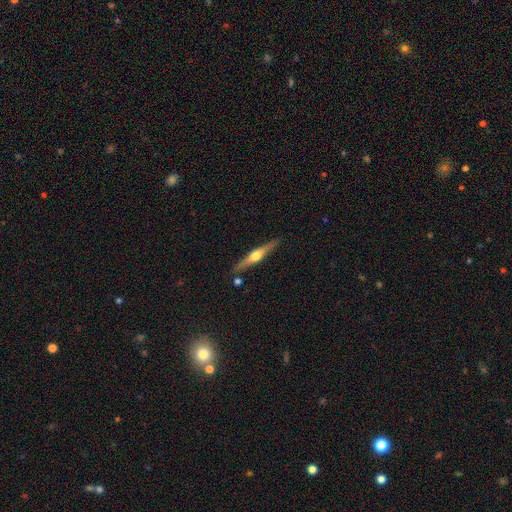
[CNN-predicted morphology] A featured or disk galaxy (72%) viewed edge-on (98%) with a rounded central bulge (94%). Merging: none (87%).